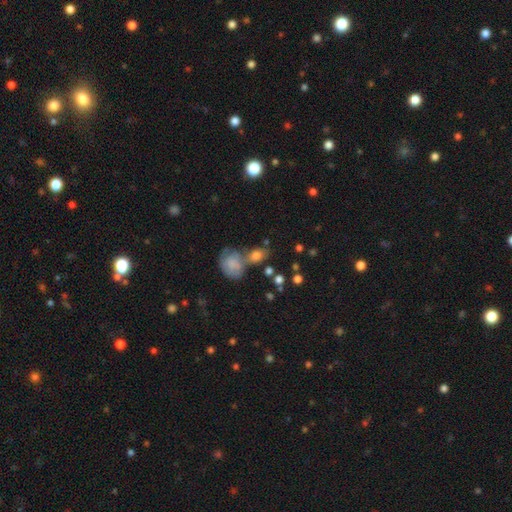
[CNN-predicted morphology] smooth 50%, featured or disk 25%, star or artifact 25%. Down the decision tree: how rounded — round (56%); merging — none (50%).